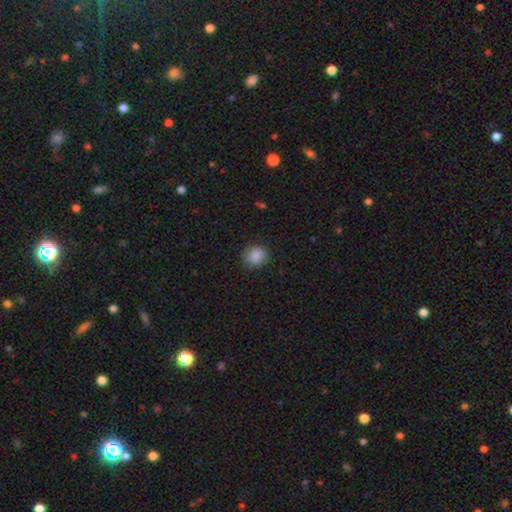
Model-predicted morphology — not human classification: type=smooth (87%); roundness=round (82%); merging=none (87%).